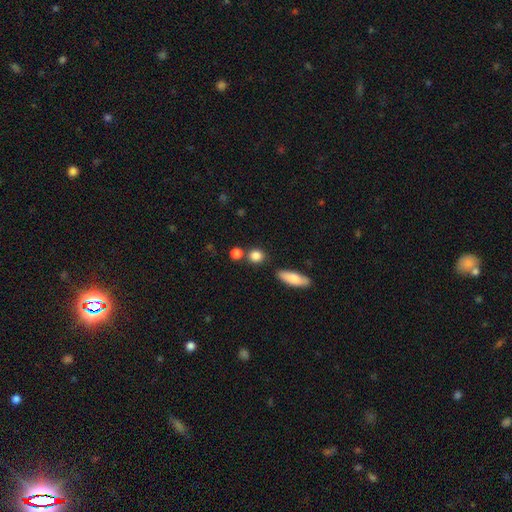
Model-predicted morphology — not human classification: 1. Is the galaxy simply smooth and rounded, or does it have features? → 84% smooth, 10% star or artifact, 6% featured or disk.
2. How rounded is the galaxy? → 78% round, 19% in between, 3% cigar-shaped.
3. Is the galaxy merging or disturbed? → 72% none, 15% merger, 10% minor disturbance, 3% major disturbance.